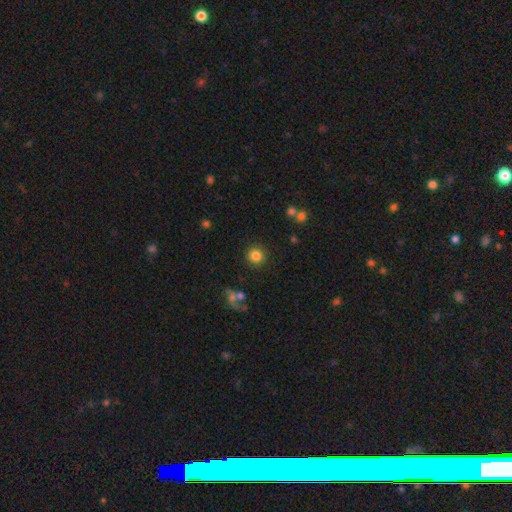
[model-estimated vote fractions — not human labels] A smooth galaxy with no disk features (83%) that is round (93%).

Vote fractions:
- Smooth or featured? smooth: 83% / star or artifact: 11% / featured or disk: 6%
- How rounded? round: 93% / in between: 6% / cigar-shaped: 1%
- Merging? none: 88% / minor disturbance: 6% / major disturbance: 3% / merger: 3%